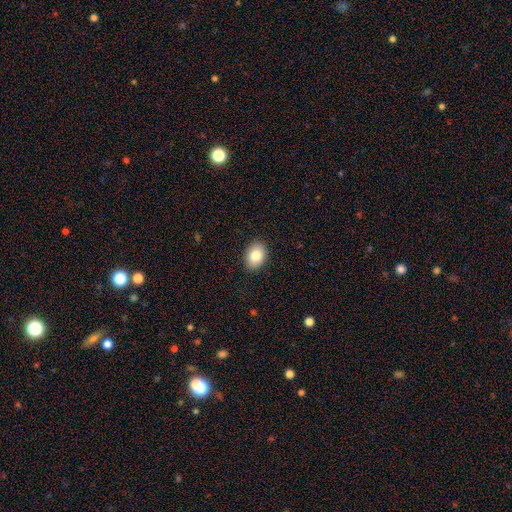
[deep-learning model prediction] Smooth or featured: smooth — 83% (featured or disk — 9%)
How rounded: in between — 71% (round — 28%)
Merging: none — 89% (minor disturbance — 8%)